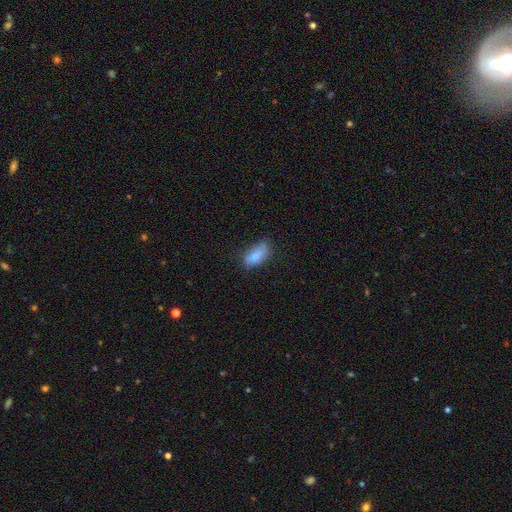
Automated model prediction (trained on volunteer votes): Smooth or featured? smooth (84%)
How rounded? in between (86%)
Merging? none (61%)